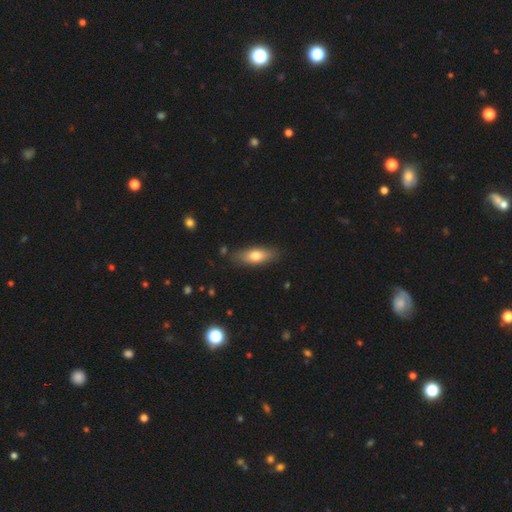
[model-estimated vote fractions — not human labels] This is likely a smooth galaxy (70%). How rounded: likely in between (67%). Merging: clearly none (83%).